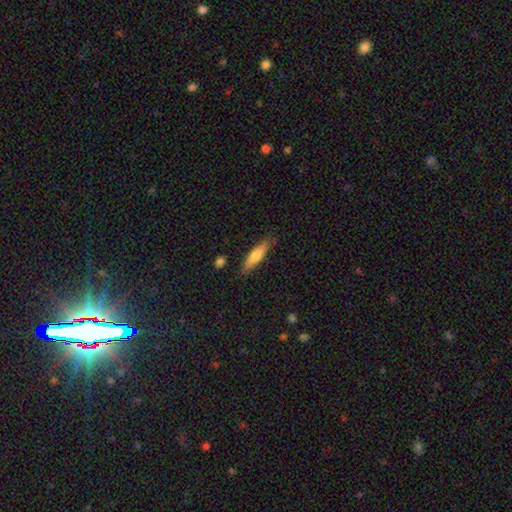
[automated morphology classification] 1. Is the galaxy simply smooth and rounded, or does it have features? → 66% smooth, 28% featured or disk, 6% star or artifact.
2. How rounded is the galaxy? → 77% cigar-shaped, 21% in between, 2% round.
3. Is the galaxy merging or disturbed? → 84% none, 12% minor disturbance, 2% major disturbance, 2% merger.